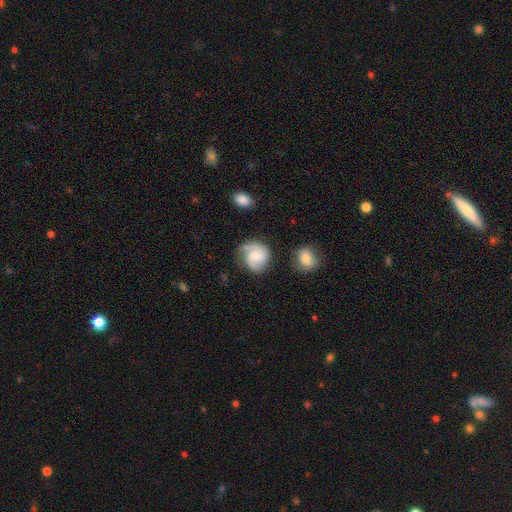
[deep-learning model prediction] featured or disk 70%, smooth 23%, star or artifact 6%. Down the decision tree: edge-on disk — no (98%); bar — no (60%); spiral arms — yes (95%); spiral arm count — 2 (67%); spiral winding — medium (45%); bulge size — small (43%); merging — none (66%).